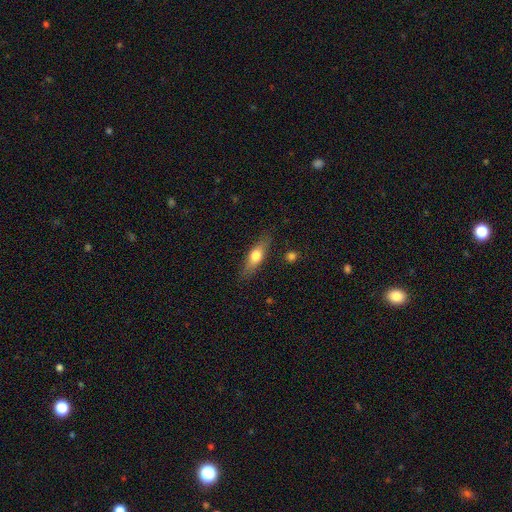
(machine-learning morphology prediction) Q: Smooth or featured?
A: smooth (62%); runner-up: featured or disk (32%)
Q: How rounded?
A: in between (48%); tied with: cigar-shaped (48%)
Q: Merging?
A: none (82%); runner-up: minor disturbance (13%)